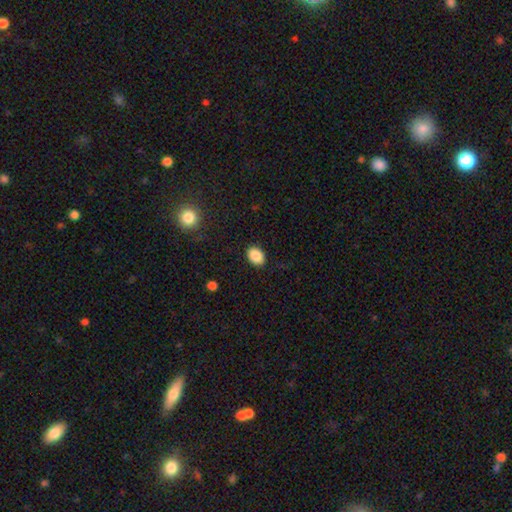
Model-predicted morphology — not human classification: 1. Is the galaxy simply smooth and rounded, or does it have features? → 88% smooth, 8% star or artifact, 4% featured or disk.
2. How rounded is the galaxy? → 75% in between, 24% round, 1% cigar-shaped.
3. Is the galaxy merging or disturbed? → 89% none, 8% minor disturbance, 2% major disturbance, 1% merger.